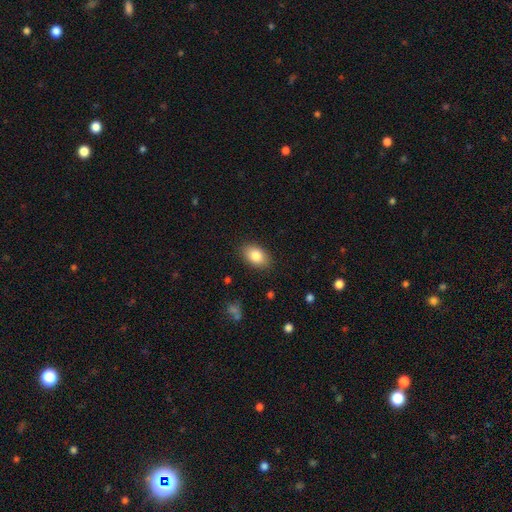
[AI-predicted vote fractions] Overall: smooth (84%). How rounded: in between (87%). Merging: none (87%).